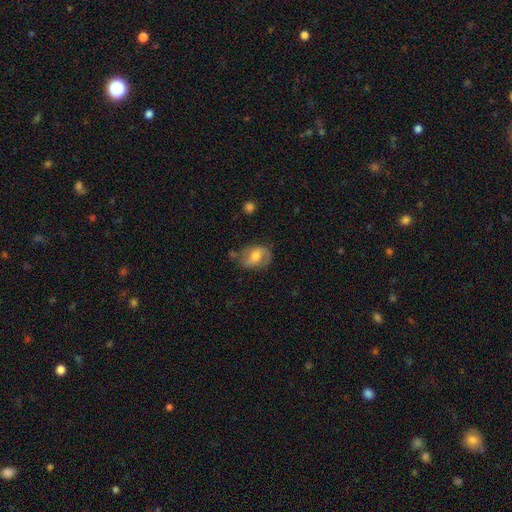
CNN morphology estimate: smooth-or-featured: smooth: 47% | featured or disk: 45% | star or artifact: 8%
  merging: none: 58% | minor disturbance: 27% | major disturbance: 11% | merger: 4%